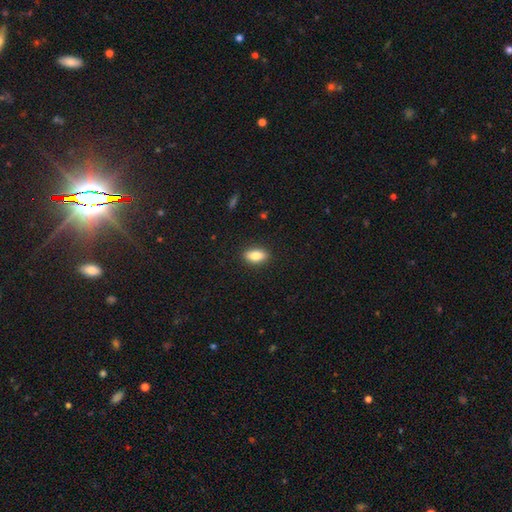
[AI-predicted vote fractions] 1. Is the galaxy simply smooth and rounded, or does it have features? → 84% smooth, 9% featured or disk, 7% star or artifact.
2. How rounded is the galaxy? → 87% in between, 8% cigar-shaped, 5% round.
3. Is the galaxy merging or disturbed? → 89% none, 8% minor disturbance, 2% major disturbance, 1% merger.